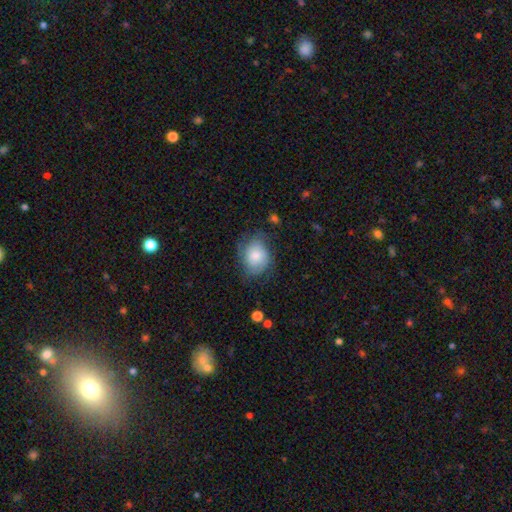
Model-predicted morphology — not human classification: The model was most divided on "how rounded": in between: 57%, round: 42%, cigar-shaped: 1%. More confident: smooth or featured — smooth (65%); merging — none (55%).